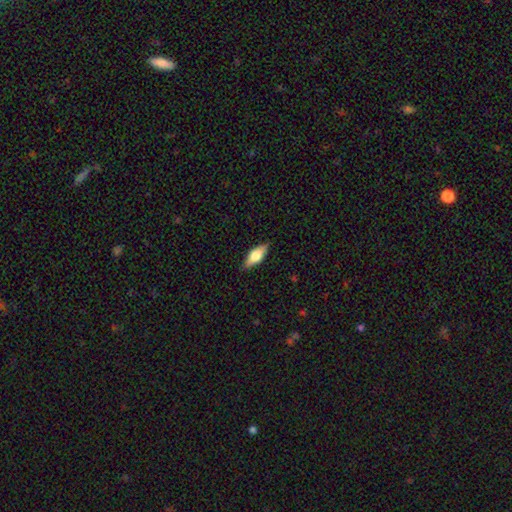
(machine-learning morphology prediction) Smooth or featured? smooth (59%)
How rounded? in between (71%)
Merging? none (86%)